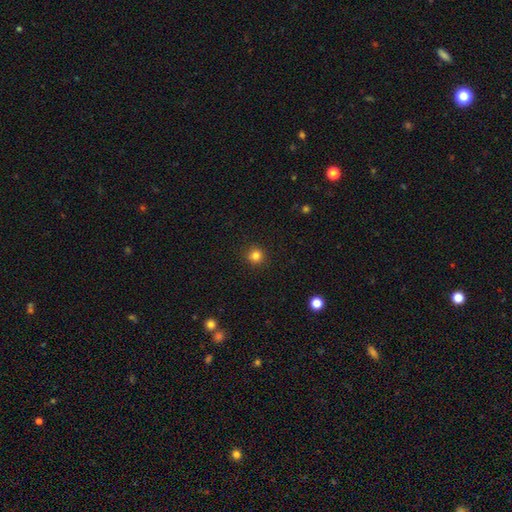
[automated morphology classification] smooth 82%, star or artifact 13%, featured or disk 5%. Down the decision tree: how rounded — round (95%); merging — none (92%).